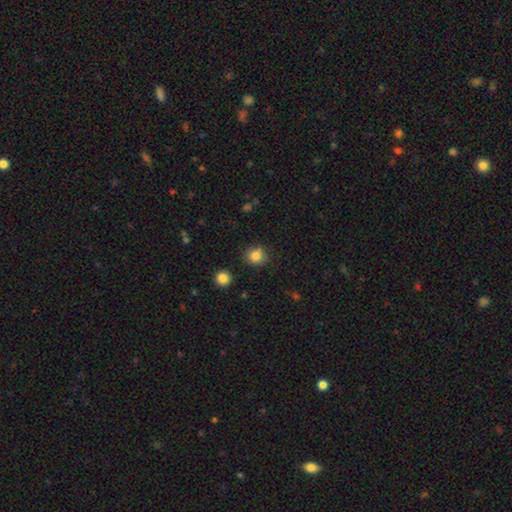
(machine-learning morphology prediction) type=smooth (84%); roundness=round (78%); merging=none (81%).